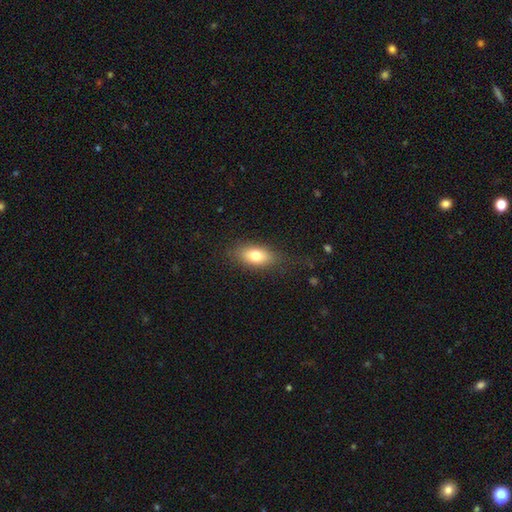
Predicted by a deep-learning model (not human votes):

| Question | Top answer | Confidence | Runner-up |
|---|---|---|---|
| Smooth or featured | smooth | 76% | featured or disk (16%) |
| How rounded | in between | 84% | round (8%) |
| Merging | none | 77% | minor disturbance (16%) |